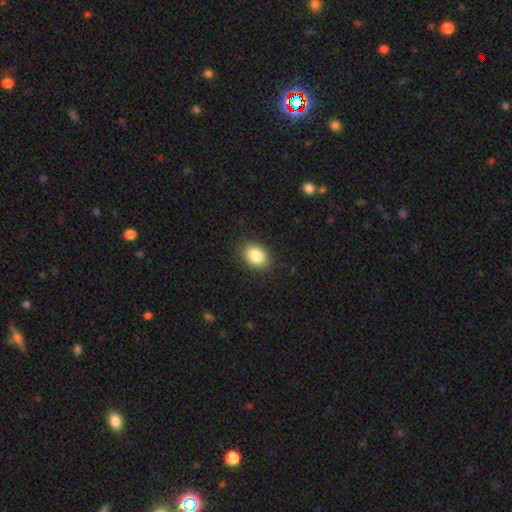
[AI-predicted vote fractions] Smooth or featured? Predicted: smooth (p=0.86). How rounded? Predicted: in between (p=0.79). Merging? Predicted: none (p=0.87).